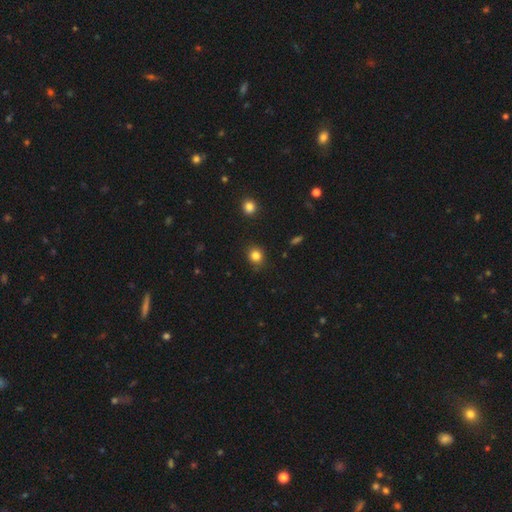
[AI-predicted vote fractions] A smooth galaxy with no disk features (83%) that is round (82%). Merging: none (86%).